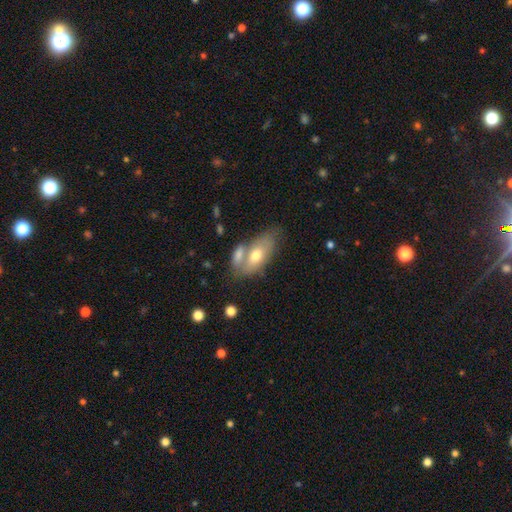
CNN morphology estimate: A smooth galaxy with no disk features (65%) that is in between round and cigar-shaped (84%).

Vote fractions:
- Smooth or featured? smooth: 65% / featured or disk: 29% / star or artifact: 6%
- How rounded? in between: 84% / cigar-shaped: 11% / round: 5%
- Merging? merger: 41% / none: 40% / minor disturbance: 14% / major disturbance: 6%